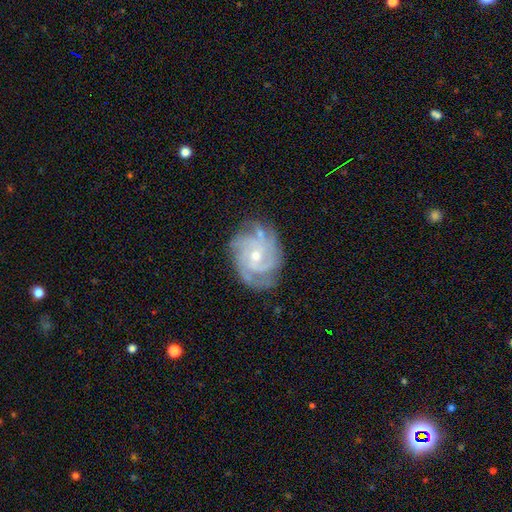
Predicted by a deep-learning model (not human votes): smooth-or-featured: featured or disk: 88% | smooth: 6% | star or artifact: 6%
  disk-edge-on: no: 97% | yes: 3%
    bar: no: 65% | weak: 29% | strong: 6%
    has-spiral-arms: yes: 97% | no: 3%
      spiral-winding: tight: 65% | medium: 30% | loose: 5%
      spiral-arm-count: 3: 33% | 4: 24% | can't tell: 19% | 2: 12% | more than 4: 7% | 1: 6%
    bulge-size: small: 54% | moderate: 43% | large: 1% | none: 1% | dominant: 1%
  merging: none: 75% | minor disturbance: 18% | major disturbance: 6% | merger: 2%